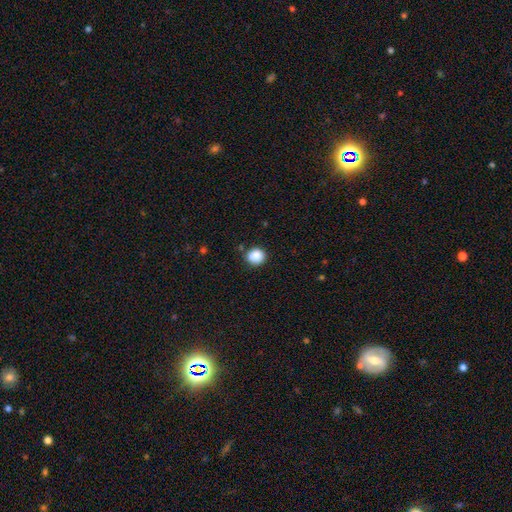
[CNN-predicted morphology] This is clearly a smooth galaxy (88%). How rounded: clearly round (85%). Merging: clearly none (84%).